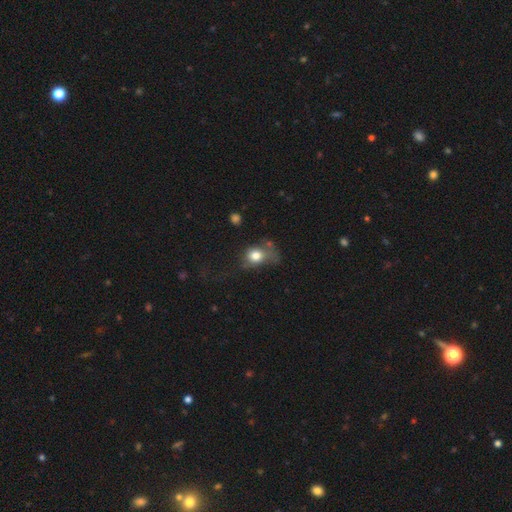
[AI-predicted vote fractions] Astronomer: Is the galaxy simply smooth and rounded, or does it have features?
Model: smooth — 76%.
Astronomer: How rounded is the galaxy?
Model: round — 56% (runner-up: in between, 43%).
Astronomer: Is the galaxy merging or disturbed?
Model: major disturbance — 35% (runner-up: none, 29%).